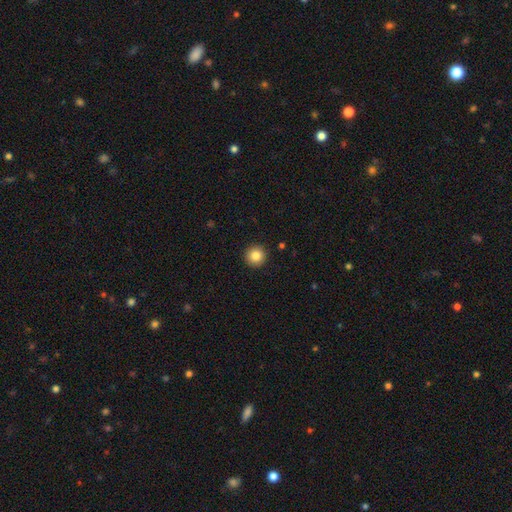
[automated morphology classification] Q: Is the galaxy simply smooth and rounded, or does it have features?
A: smooth — 84%.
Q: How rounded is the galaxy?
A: round — 96%.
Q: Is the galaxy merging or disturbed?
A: none — 93%.